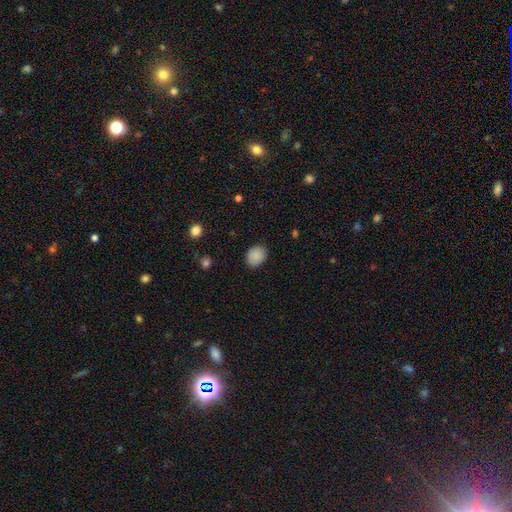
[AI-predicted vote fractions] Smooth or featured: smooth — 89% (star or artifact — 8%)
How rounded: in between — 50% (round — 49%)
Merging: none — 86% (minor disturbance — 11%)